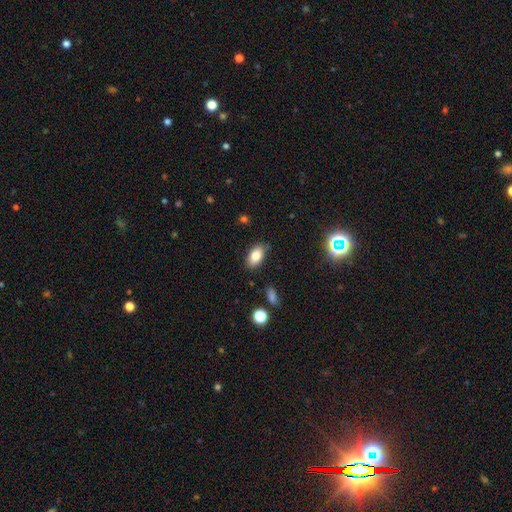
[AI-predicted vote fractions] Smooth or featured? Predicted: smooth (p=0.83). How rounded? Predicted: in between (p=0.91). Merging? Predicted: none (p=0.82).